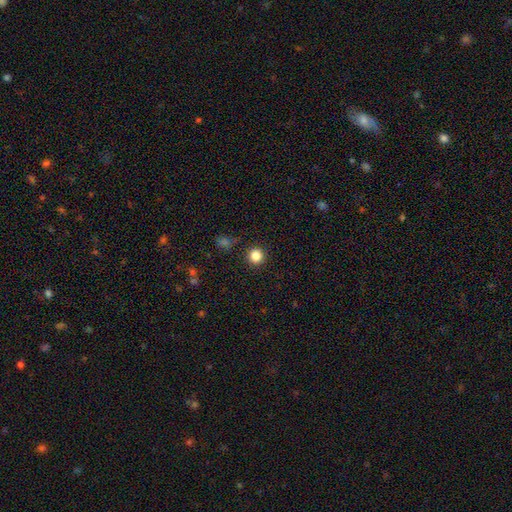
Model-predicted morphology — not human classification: Q: Smooth or featured?
A: smooth (84%); runner-up: star or artifact (12%)
Q: How rounded?
A: round (94%); runner-up: in between (5%)
Q: Merging?
A: none (90%); runner-up: minor disturbance (6%)